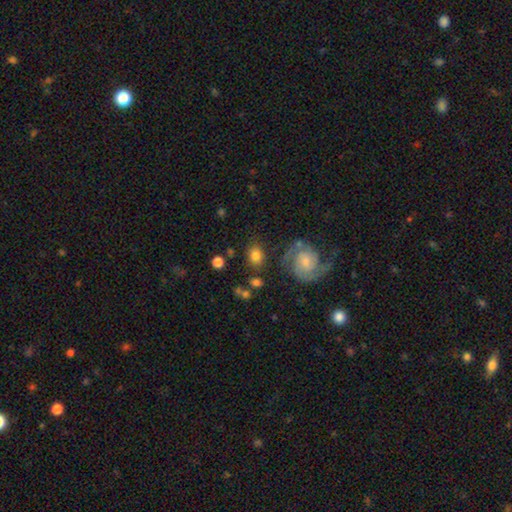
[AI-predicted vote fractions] Overall: smooth (74%). How rounded: in between (55%; round 44%). Merging: none (74%).